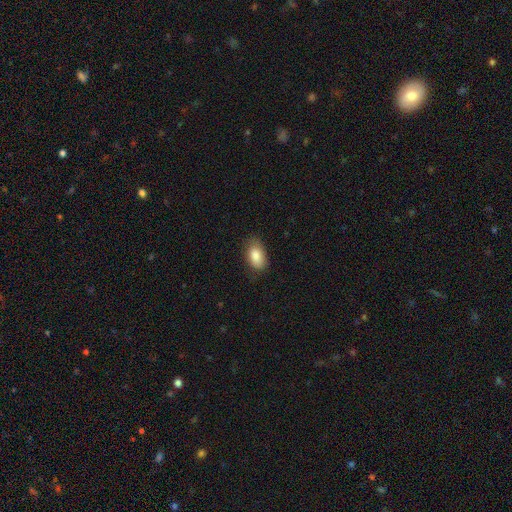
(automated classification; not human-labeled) A smooth galaxy with no disk features (85%) that is in between round and cigar-shaped (92%).

Vote fractions:
- Smooth or featured? smooth: 85% / featured or disk: 8% / star or artifact: 7%
- How rounded? in between: 92% / round: 6% / cigar-shaped: 2%
- Merging? none: 75% / minor disturbance: 20% / major disturbance: 4% / merger: 1%